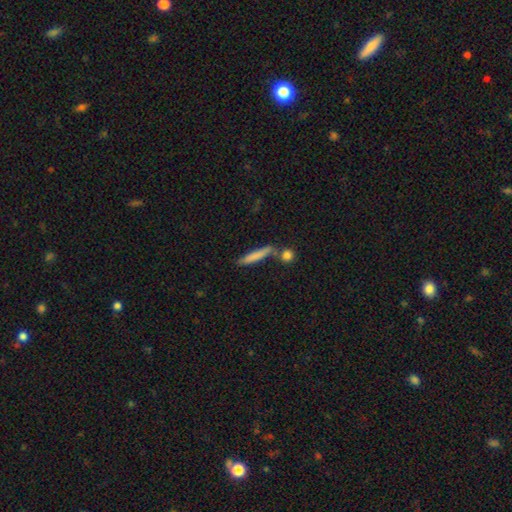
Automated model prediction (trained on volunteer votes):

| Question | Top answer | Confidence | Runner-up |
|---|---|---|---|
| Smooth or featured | smooth | 75% | featured or disk (18%) |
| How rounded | cigar-shaped | 90% | in between (8%) |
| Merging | none | 68% | merger (15%) |